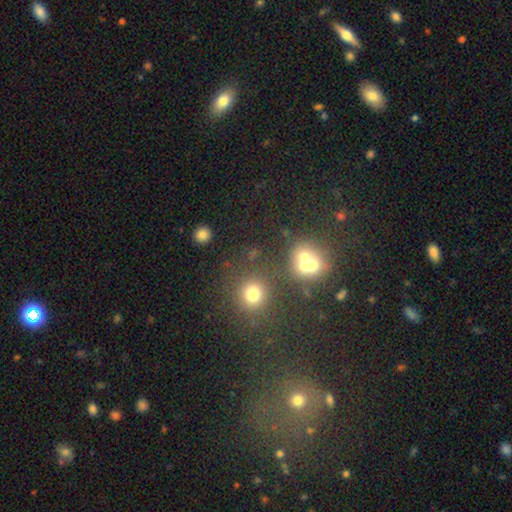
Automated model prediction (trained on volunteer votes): The model was most divided on "smooth or featured": smooth: 57%, star or artifact: 35%, featured or disk: 8%. More confident: how rounded — round (81%); merging — none (68%).